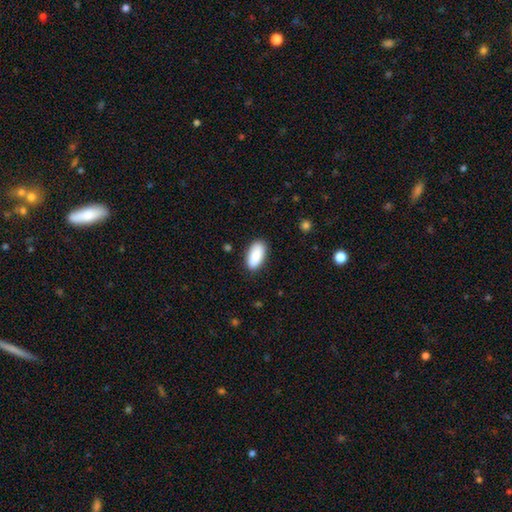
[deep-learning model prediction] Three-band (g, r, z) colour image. It shows a smooth galaxy with no disk features (89%) that is in between round and cigar-shaped (93%). Merging: none (87%).